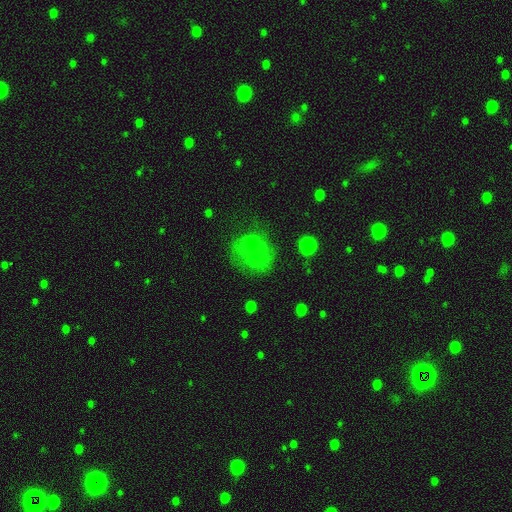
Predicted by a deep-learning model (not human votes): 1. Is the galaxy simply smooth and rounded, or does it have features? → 51% smooth, 30% featured or disk, 19% star or artifact.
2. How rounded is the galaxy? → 71% round, 28% in between, 1% cigar-shaped.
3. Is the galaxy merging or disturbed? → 41% none, 23% merger, 20% major disturbance, 16% minor disturbance.